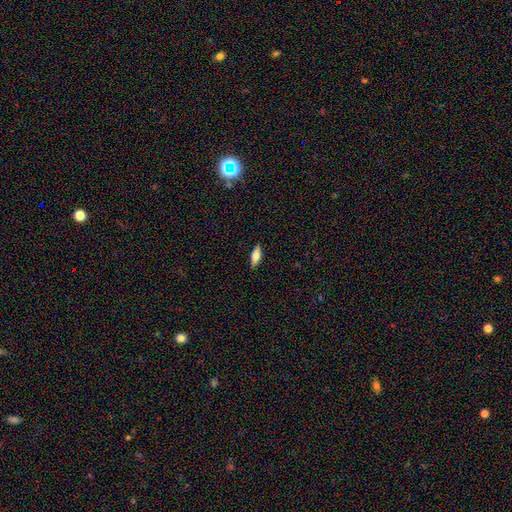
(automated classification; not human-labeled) Morphology: type=smooth (69%); roundness=in between (69%); merging=none (87%).